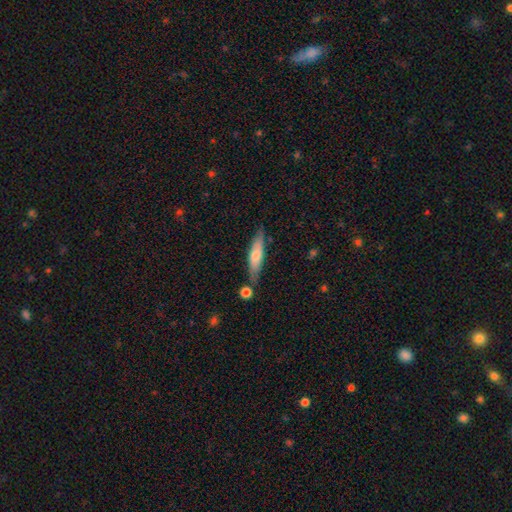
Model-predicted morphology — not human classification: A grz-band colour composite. It shows a smooth galaxy with no disk features (61%) that is cigar-shaped (78%). Merging: none (74%).